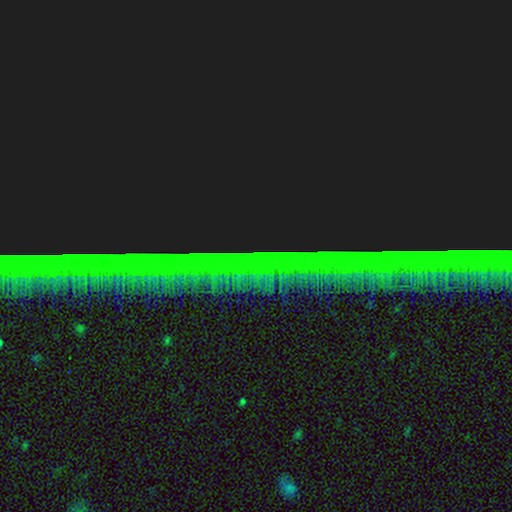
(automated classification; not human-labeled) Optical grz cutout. It shows a star or artifact, not a galaxy (88%).